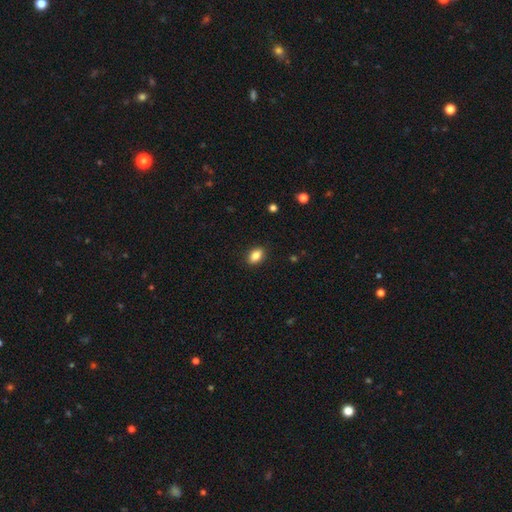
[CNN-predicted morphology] smooth_or_featured: smooth (p=0.85) [alt: star or artifact p=0.08]
how_rounded: in between (p=0.85) [alt: round p=0.12]
merging: none (p=0.88) [alt: minor disturbance p=0.09]